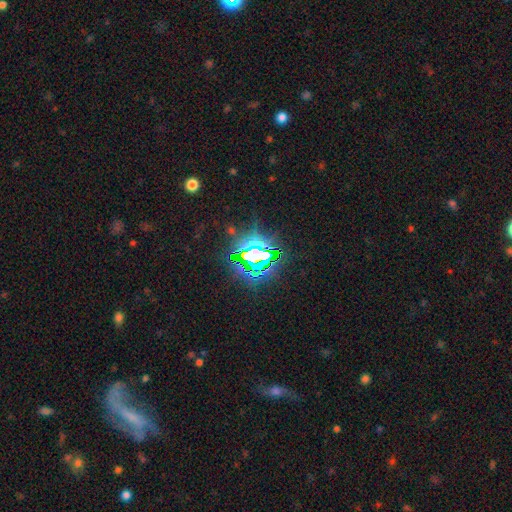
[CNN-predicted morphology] A star or artifact, not a galaxy (78%).